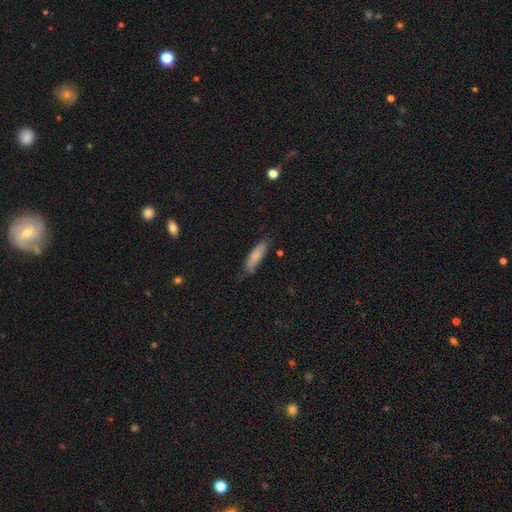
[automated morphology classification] smooth 83%, featured or disk 11%, star or artifact 6%. Down the decision tree: how rounded — cigar-shaped (60%); merging — none (71%).